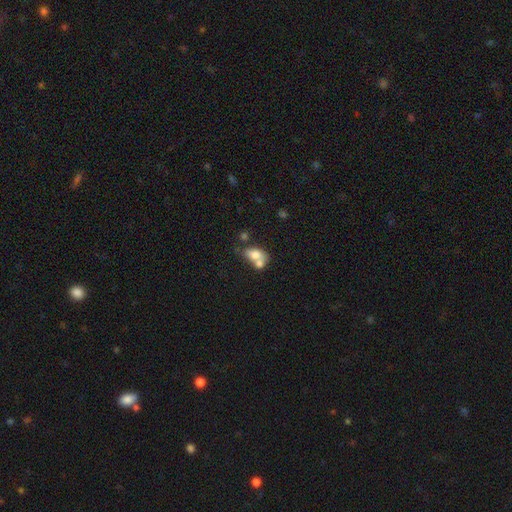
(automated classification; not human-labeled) Q: Smooth or featured?
A: smooth (71%); runner-up: featured or disk (21%)
Q: How rounded?
A: in between (79%); runner-up: round (18%)
Q: Merging?
A: merger (57%); runner-up: none (25%)